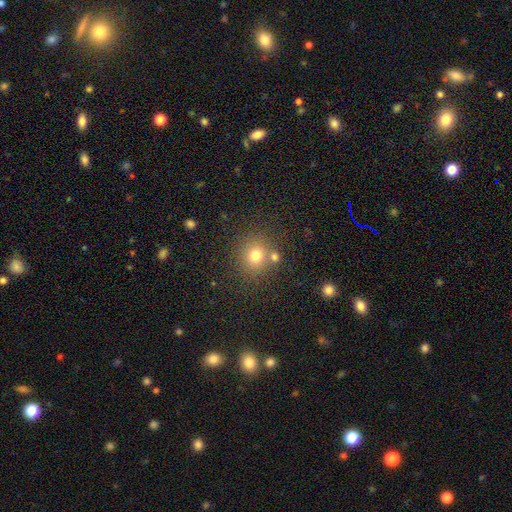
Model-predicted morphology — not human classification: A smooth galaxy with no disk features (74%) that is round (87%).

Vote fractions:
- Smooth or featured? smooth: 74% / star or artifact: 16% / featured or disk: 10%
- How rounded? round: 87% / in between: 12% / cigar-shaped: 1%
- Merging? none: 72% / merger: 15% / minor disturbance: 9% / major disturbance: 4%